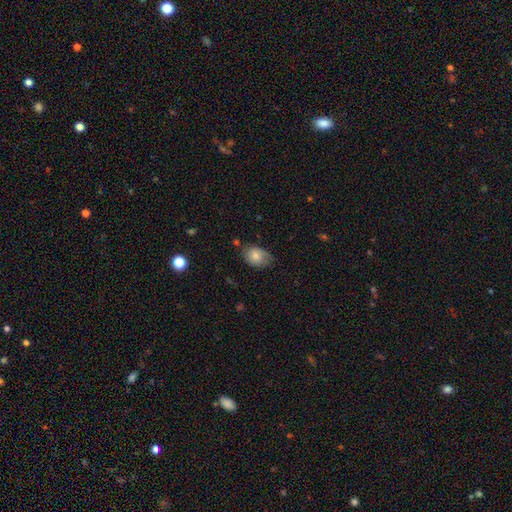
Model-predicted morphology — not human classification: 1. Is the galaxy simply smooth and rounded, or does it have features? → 72% smooth, 20% featured or disk, 8% star or artifact.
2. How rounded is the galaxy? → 73% in between, 26% round, 1% cigar-shaped.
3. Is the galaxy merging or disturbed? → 59% none, 31% minor disturbance, 8% major disturbance, 3% merger.